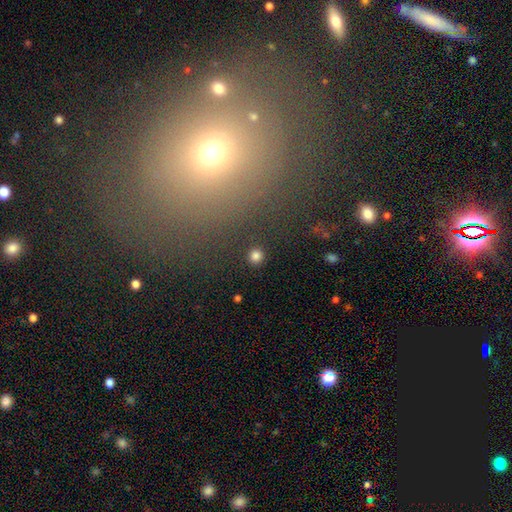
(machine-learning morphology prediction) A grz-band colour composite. It shows a smooth galaxy with no disk features (82%) that is round (94%). Merging: none (91%).